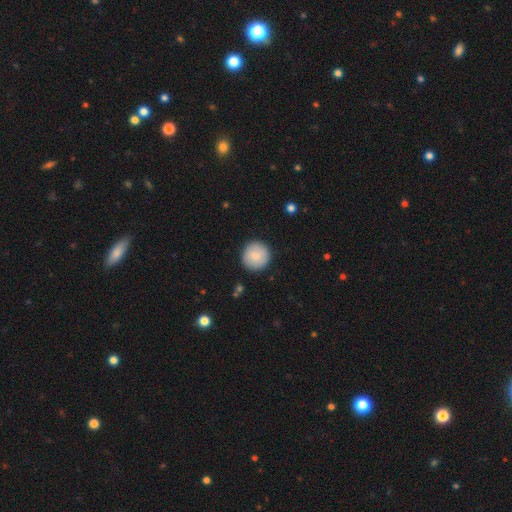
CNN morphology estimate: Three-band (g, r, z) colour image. It shows a smooth galaxy with no disk features (82%) that is round (95%). Merging: none (90%).